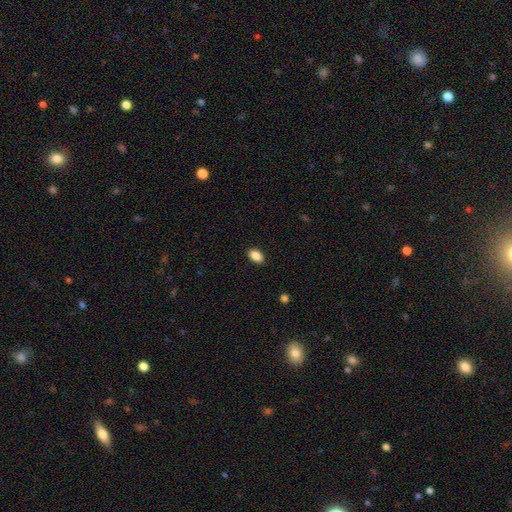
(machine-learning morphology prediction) The model was most divided on "how rounded": in between: 89%, round: 10%, cigar-shaped: 2%. More confident: merging — none (89%); smooth or featured — smooth (88%).